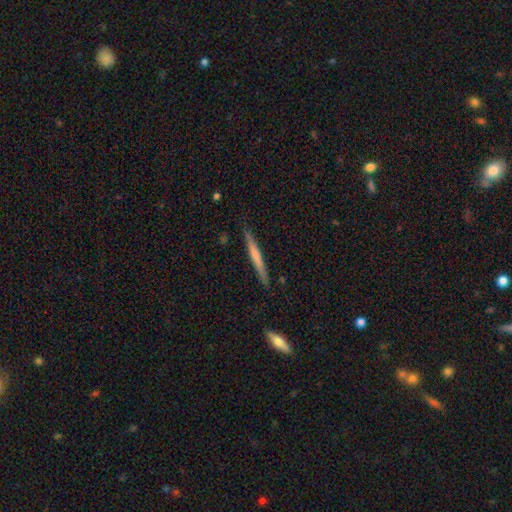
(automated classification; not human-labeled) smooth_or_featured: smooth (p=0.52) [alt: featured or disk p=0.43]
how_rounded: cigar-shaped (p=0.96) [alt: in between p=0.03]
merging: none (p=0.87) [alt: minor disturbance p=0.10]